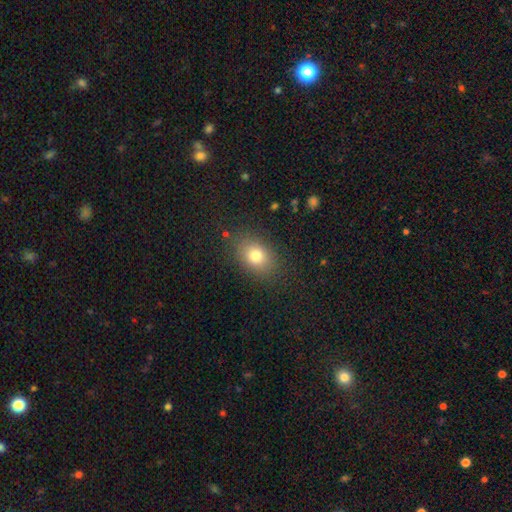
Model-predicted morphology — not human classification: smooth 79%, star or artifact 11%, featured or disk 10%. Down the decision tree: how rounded — in between (72%); merging — none (83%).